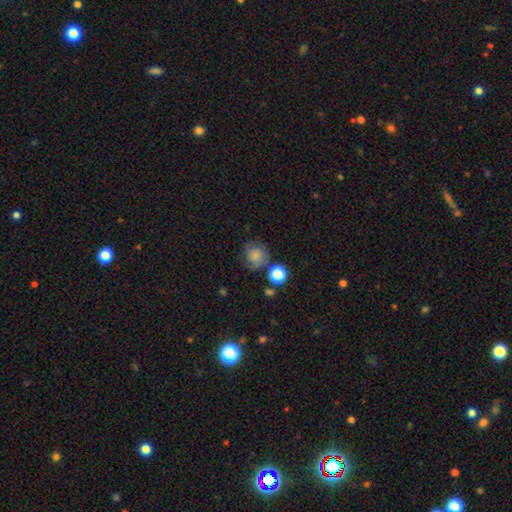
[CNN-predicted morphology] Smooth or featured: smooth — 72% (featured or disk — 17%)
How rounded: round — 81% (in between — 18%)
Merging: none — 58% (minor disturbance — 22%)